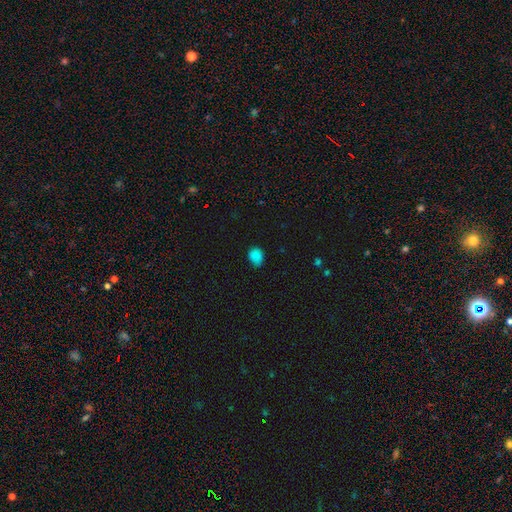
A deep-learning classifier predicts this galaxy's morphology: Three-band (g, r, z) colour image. It shows a smooth galaxy with no disk features (83%) that is in between round and cigar-shaped (57%). Merging: none (61%).